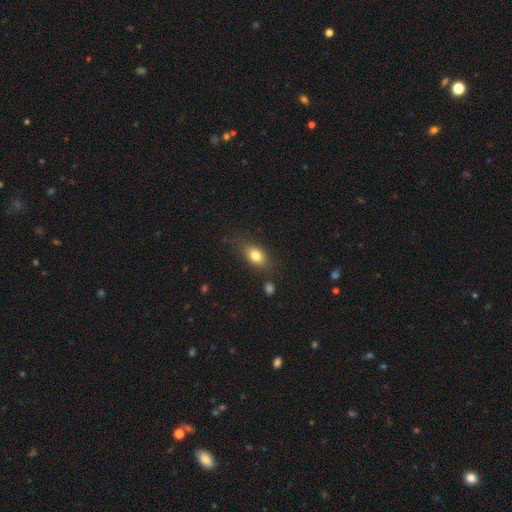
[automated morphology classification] The model was most divided on "merging": none: 76%, minor disturbance: 16%, major disturbance: 5%, merger: 3%. More confident: how rounded — in between (80%); smooth or featured — smooth (79%).